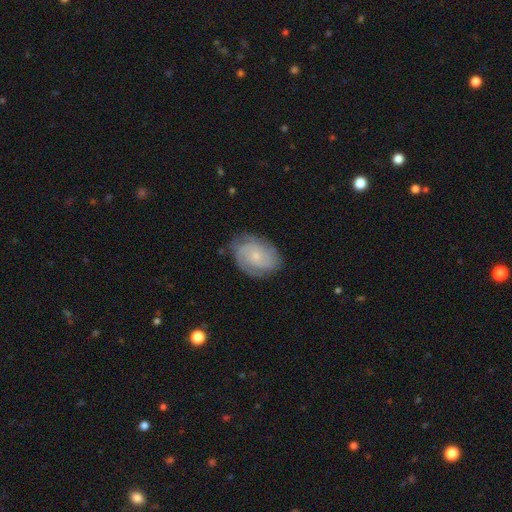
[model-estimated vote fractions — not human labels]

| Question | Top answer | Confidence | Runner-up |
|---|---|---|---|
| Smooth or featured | featured or disk | 75% | smooth (19%) |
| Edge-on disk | no | 97% | yes (3%) |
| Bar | no | 74% | weak (22%) |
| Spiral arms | yes | 94% | no (6%) |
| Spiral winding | tight | 62% | medium (30%) |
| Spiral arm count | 2 | 34% | can't tell (29%) |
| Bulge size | small | 74% | moderate (20%) |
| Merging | none | 76% | minor disturbance (17%) |